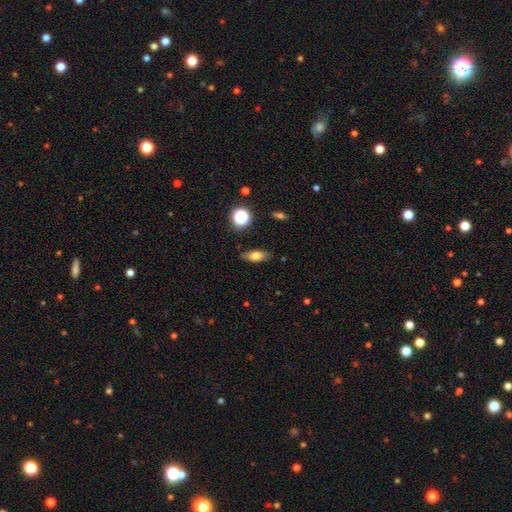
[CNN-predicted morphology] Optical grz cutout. It shows a smooth galaxy with no disk features (70%) that is in between round and cigar-shaped (74%). Merging: none (81%).